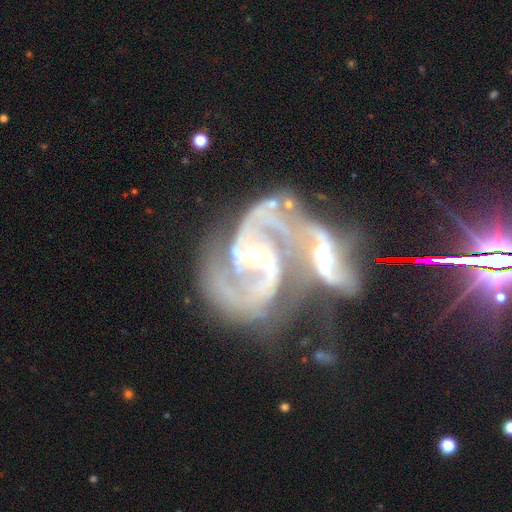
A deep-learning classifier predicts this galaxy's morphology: Smooth or featured? featured or disk (92%)
Edge-on disk? no (98%)
Bar? no (47%)
Spiral arms? yes (98%)
Spiral winding? medium (55%)
Spiral arm count? 2 (83%)
Bulge size? small (67%)
Merging? merger (69%)